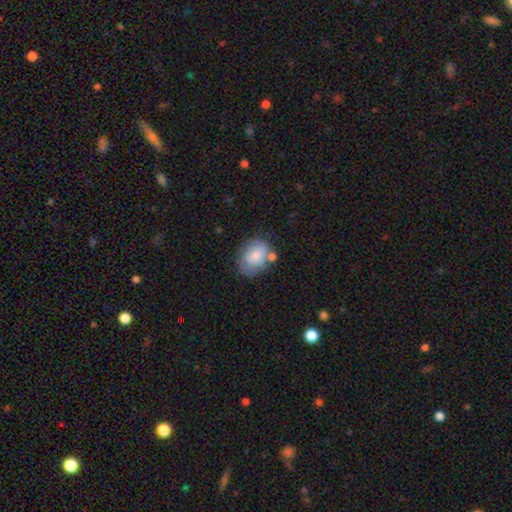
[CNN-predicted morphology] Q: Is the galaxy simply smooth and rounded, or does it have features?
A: smooth — 76%.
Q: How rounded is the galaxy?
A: in between — 60%.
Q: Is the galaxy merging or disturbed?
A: none — 53%.